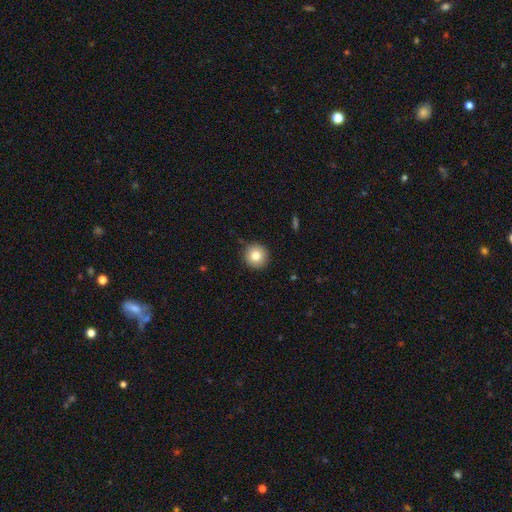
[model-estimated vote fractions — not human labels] This is clearly a smooth galaxy (82%). How rounded: clearly round (95%). Merging: clearly none (91%).